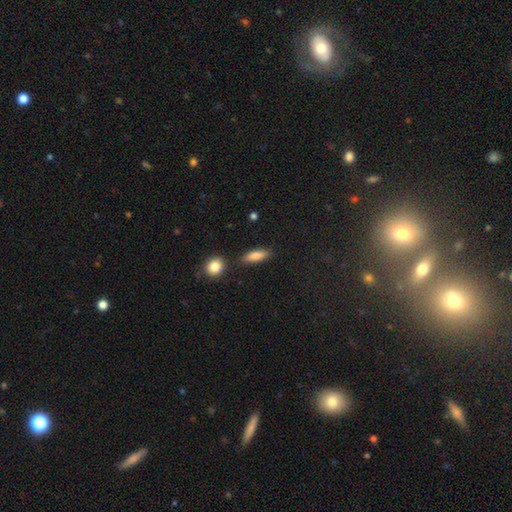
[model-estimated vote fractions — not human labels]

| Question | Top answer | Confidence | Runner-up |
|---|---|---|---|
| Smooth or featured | smooth | 84% | featured or disk (9%) |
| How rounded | in between | 51% | cigar-shaped (45%) |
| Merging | none | 82% | minor disturbance (11%) |